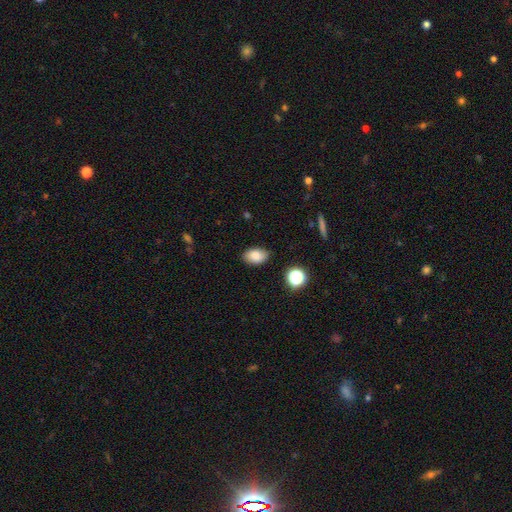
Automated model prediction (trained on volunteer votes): This appears to be a smooth galaxy with no disk features (84%) that is in between round and cigar-shaped (86%). Merging: none (81%).